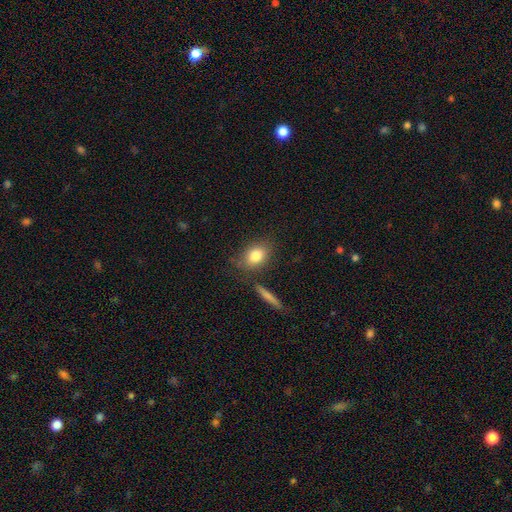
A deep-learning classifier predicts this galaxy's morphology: type=smooth (81%); roundness=in between (65%); merging=none (74%).